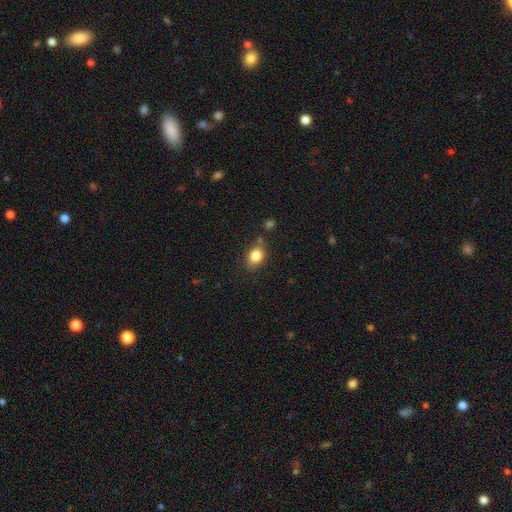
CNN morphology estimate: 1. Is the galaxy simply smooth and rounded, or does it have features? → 82% smooth, 9% star or artifact, 8% featured or disk.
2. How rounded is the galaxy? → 66% in between, 33% round, 1% cigar-shaped.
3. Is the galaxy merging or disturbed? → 75% none, 16% minor disturbance, 5% merger, 4% major disturbance.